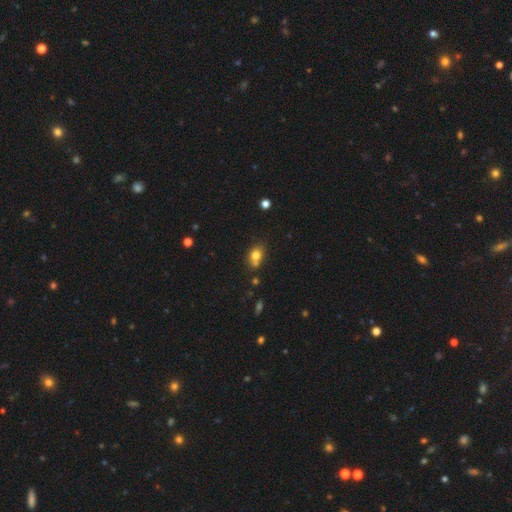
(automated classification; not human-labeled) Overall: smooth (77%). How rounded: in between (54%; round 45%). Merging: none (52%; merger 23%).